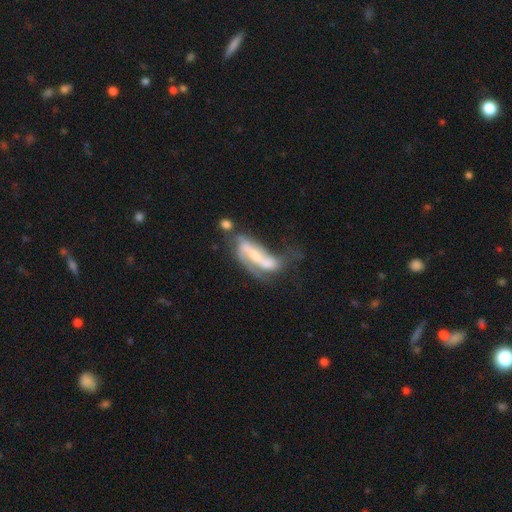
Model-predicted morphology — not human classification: Smooth or featured? featured or disk (54%)
Edge-on disk? no (77%)
Merging? merger (35%)